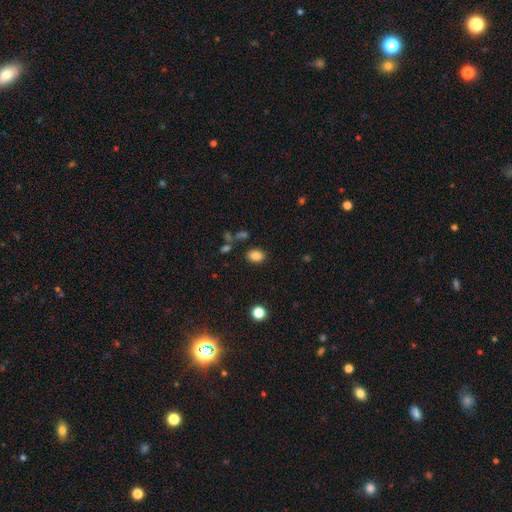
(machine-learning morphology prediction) Q: Smooth or featured?
A: smooth (84%); runner-up: star or artifact (11%)
Q: How rounded?
A: in between (71%); runner-up: round (28%)
Q: Merging?
A: none (83%); runner-up: minor disturbance (10%)